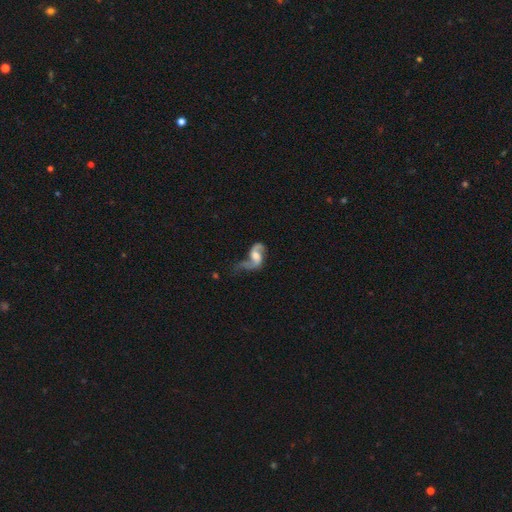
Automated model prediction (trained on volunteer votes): smooth_or_featured: featured or disk (p=0.82) [alt: smooth p=0.12]
disk_edge_on: no (p=0.97) [alt: yes p=0.03]
bar: weak (p=0.43) [tied with: no p=0.43]
has_spiral_arms: yes (p=0.93) [alt: no p=0.07]
spiral_winding: loose (p=0.70) [alt: medium p=0.25]
spiral_arm_count: 2 (p=0.88) [alt: 1 p=0.06]
bulge_size: moderate (p=0.40) [alt: large p=0.24]
merging: none (p=0.41) [alt: major disturbance p=0.29]